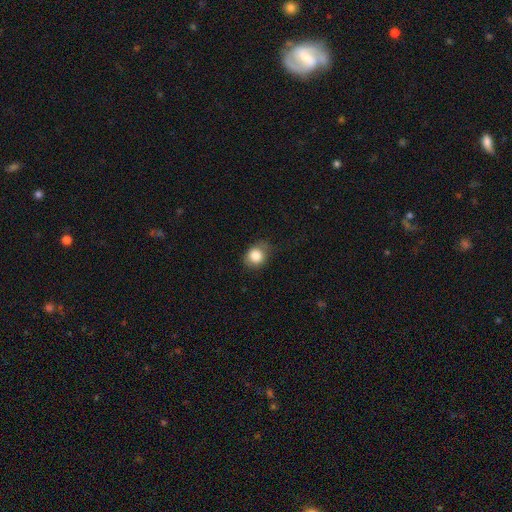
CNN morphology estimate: Smooth or featured: smooth — 83% (star or artifact — 9%)
How rounded: round — 67% (in between — 32%)
Merging: none — 71% (minor disturbance — 22%)